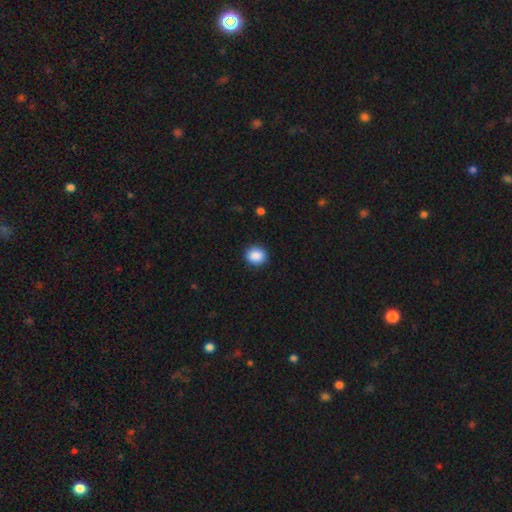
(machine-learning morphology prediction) A smooth galaxy with no disk features (88%) that is round (81%). Merging: none (91%).